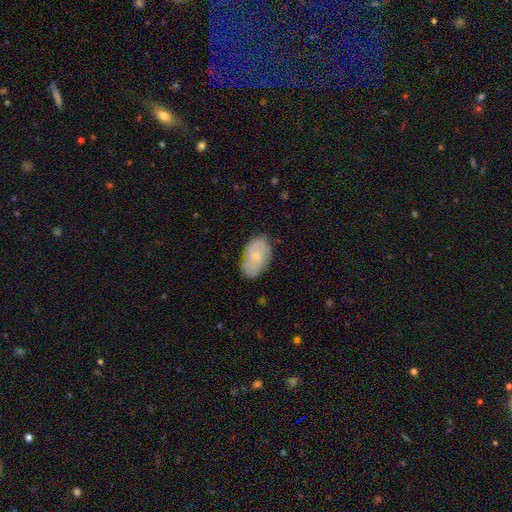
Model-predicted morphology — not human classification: A smooth galaxy with no disk features (54%) that is in between round and cigar-shaped (91%).

Vote fractions:
- Smooth or featured? smooth: 54% / featured or disk: 40% / star or artifact: 7%
- How rounded? in between: 91% / round: 7% / cigar-shaped: 2%
- Merging? none: 76% / minor disturbance: 19% / major disturbance: 4% / merger: 1%